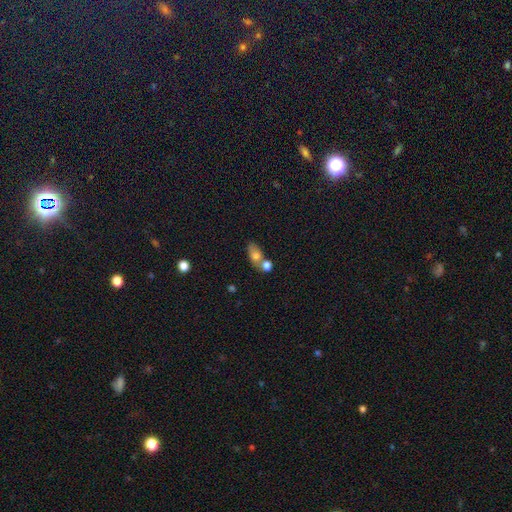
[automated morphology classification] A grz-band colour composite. It shows a smooth galaxy with no disk features (73%) that is in between round and cigar-shaped (79%). Merging: none (47%).